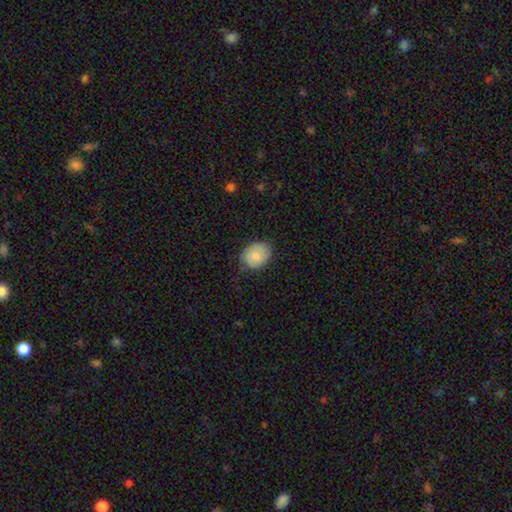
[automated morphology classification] smooth_or_featured: smooth (p=0.81) [alt: featured or disk p=0.12]
how_rounded: in between (p=0.52) [alt: round p=0.48]
merging: none (p=0.69) [alt: minor disturbance p=0.25]